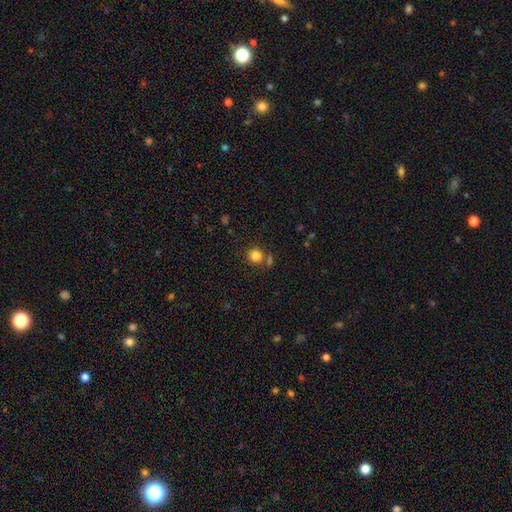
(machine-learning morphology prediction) The model was most divided on "merging": none: 76%, merger: 12%, minor disturbance: 9%, major disturbance: 3%. More confident: how rounded — round (92%); smooth or featured — smooth (82%).